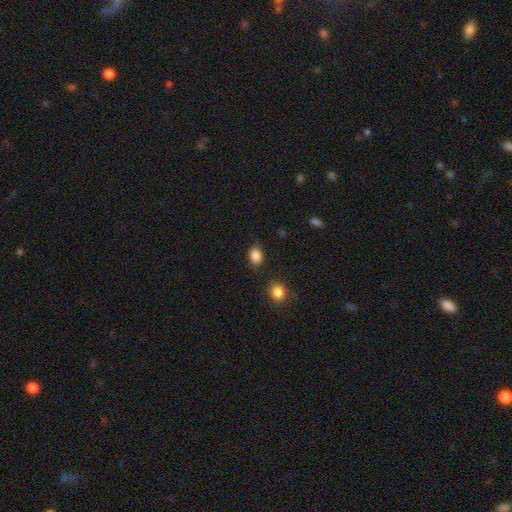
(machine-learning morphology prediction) Smooth or featured: smooth — 87% (star or artifact — 9%)
How rounded: in between — 74% (round — 24%)
Merging: none — 79% (minor disturbance — 14%)